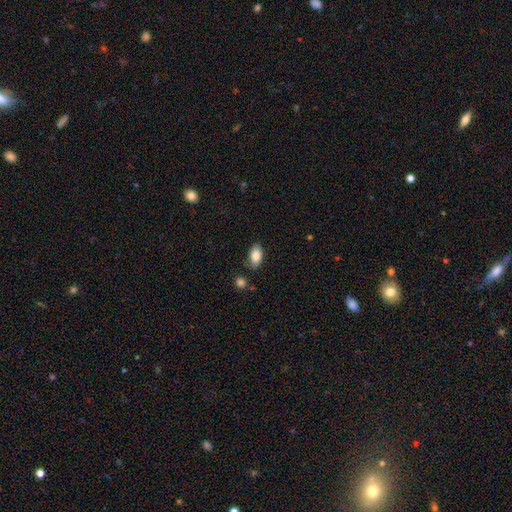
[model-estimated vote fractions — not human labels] Morphology: type=smooth (84%); roundness=in between (92%); merging=none (83%).